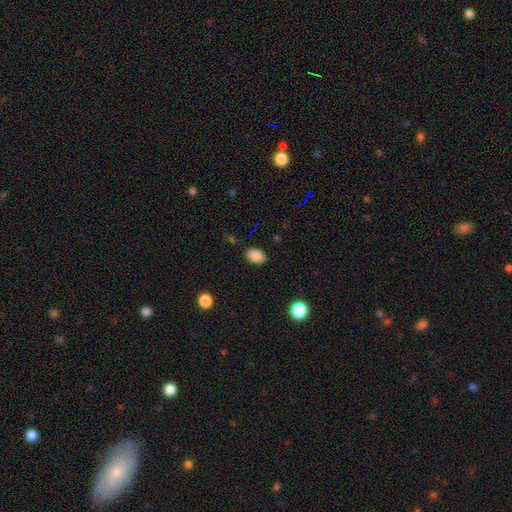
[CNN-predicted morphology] Smooth or featured? smooth (86%)
How rounded? in between (78%)
Merging? none (86%)